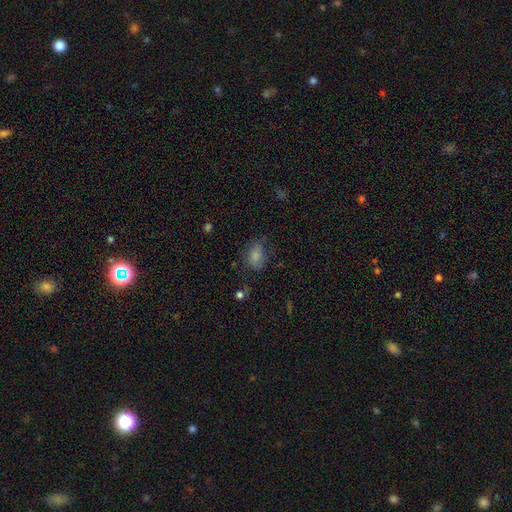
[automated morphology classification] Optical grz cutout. It shows a smooth galaxy with no disk features (80%) that is in between round and cigar-shaped (80%). Merging: none (62%).